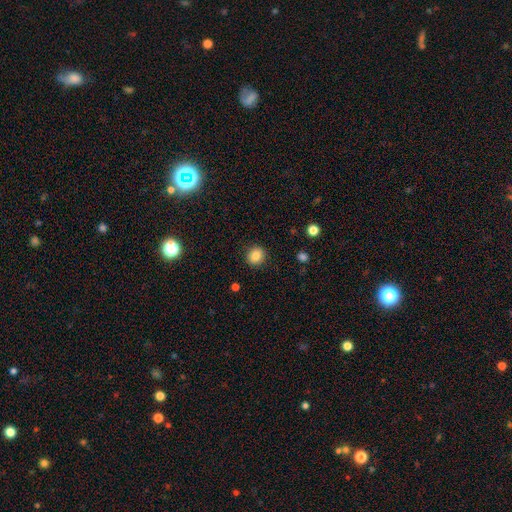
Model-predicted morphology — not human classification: Overall: smooth (85%). How rounded: round (83%). Merging: none (90%).